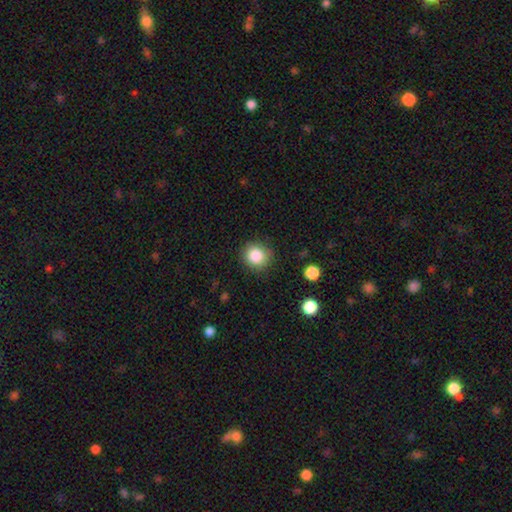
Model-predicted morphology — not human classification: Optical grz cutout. It shows a smooth galaxy with no disk features (85%) that is round (87%). Merging: none (86%).